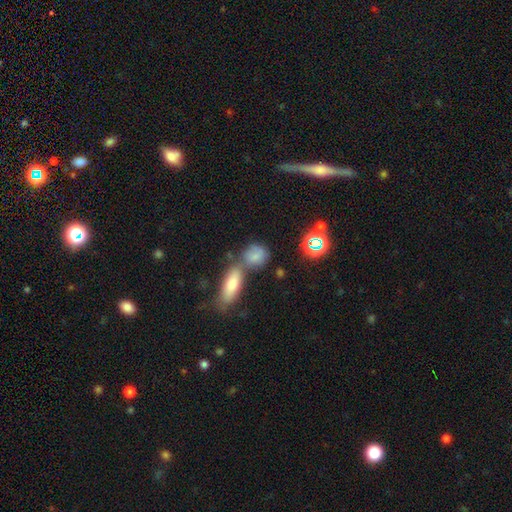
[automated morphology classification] type=smooth (73%); roundness=round (51%); merging=none (46%).